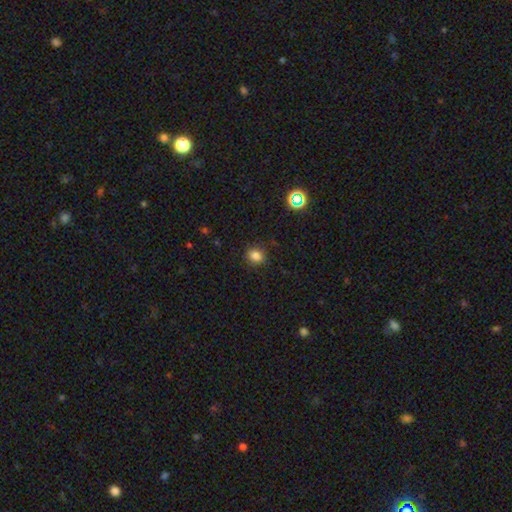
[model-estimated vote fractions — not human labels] Smooth or featured: smooth — 82% (star or artifact — 13%)
How rounded: round — 61% (in between — 38%)
Merging: none — 87% (minor disturbance — 10%)